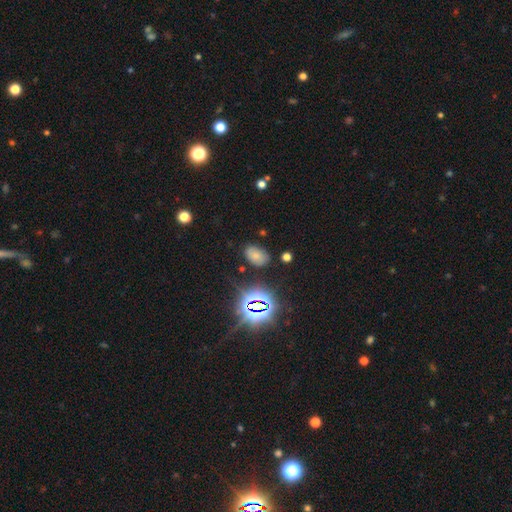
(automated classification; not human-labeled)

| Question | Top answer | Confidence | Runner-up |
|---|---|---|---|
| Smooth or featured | smooth | 63% | star or artifact (26%) |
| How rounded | in between | 89% | round (10%) |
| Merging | none | 78% | minor disturbance (15%) |